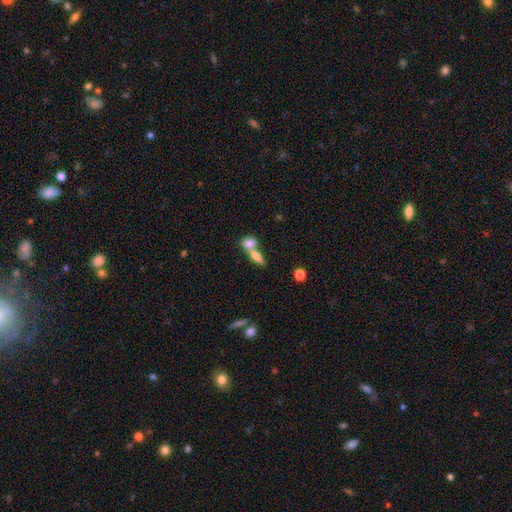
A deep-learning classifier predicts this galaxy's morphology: Smooth or featured? smooth (73%)
How rounded? in between (64%)
Merging? merger (58%)